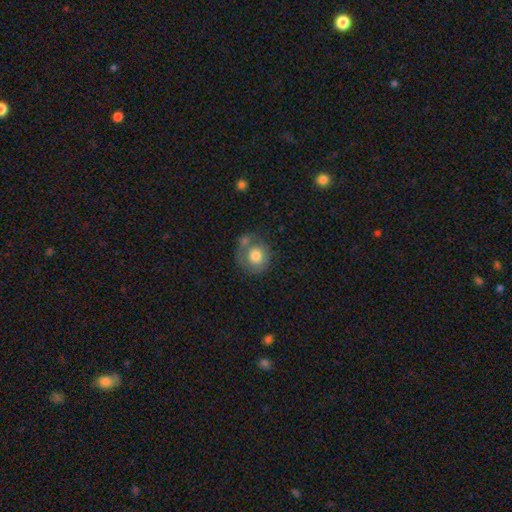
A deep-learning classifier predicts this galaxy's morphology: type=smooth (70%); roundness=round (86%); merging=none (48%).